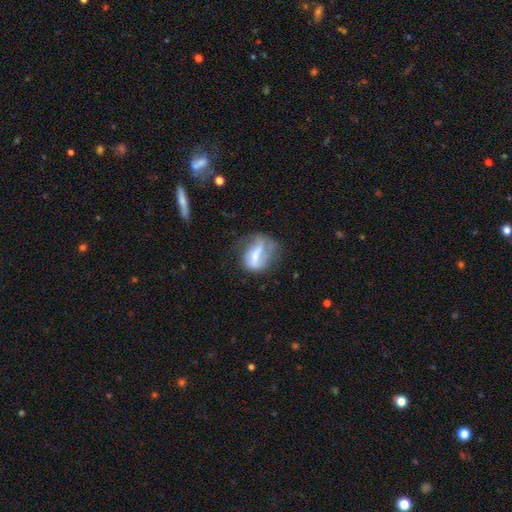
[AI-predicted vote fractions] Smooth or featured? Predicted: featured or disk (p=0.47). Merging? Predicted: none (p=0.37).